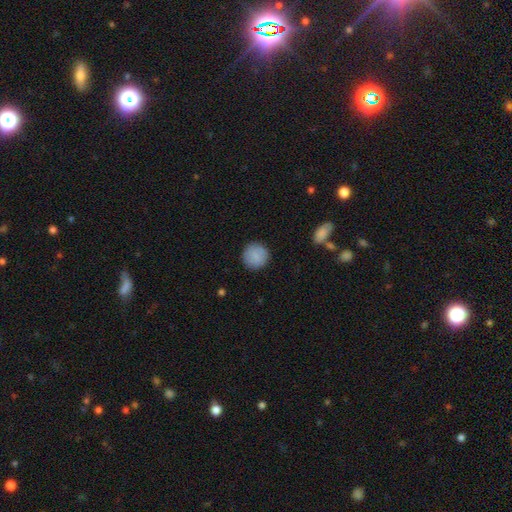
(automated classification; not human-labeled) Overall: smooth (88%). How rounded: round (94%). Merging: none (89%).